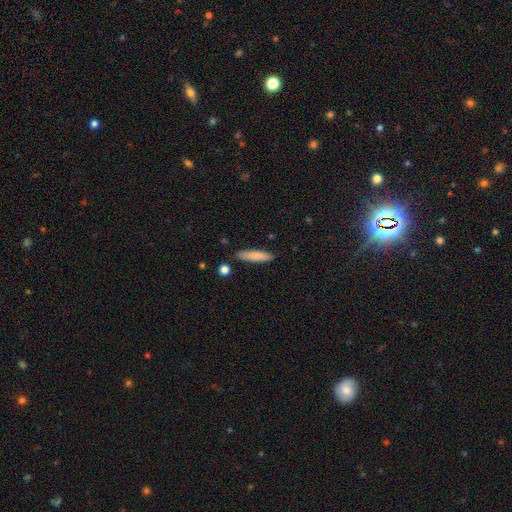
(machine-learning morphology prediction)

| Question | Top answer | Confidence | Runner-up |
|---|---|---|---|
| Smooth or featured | smooth | 80% | featured or disk (14%) |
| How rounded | cigar-shaped | 80% | in between (18%) |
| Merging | none | 85% | minor disturbance (11%) |